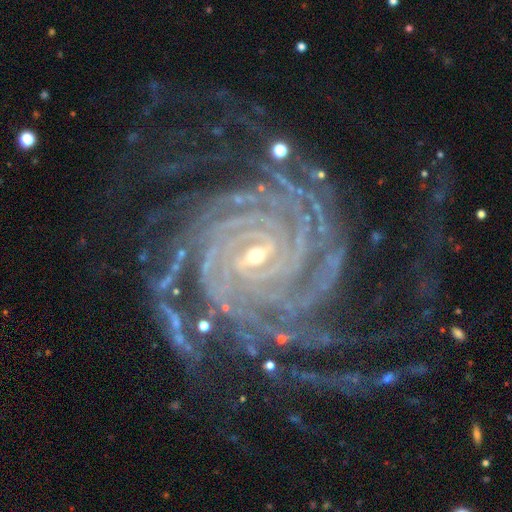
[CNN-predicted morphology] featured or disk 93%, star or artifact 5%, smooth 2%. Down the decision tree: edge-on disk — no (98%); bar — weak (37%); spiral arms — yes (99%); spiral arm count — more than 4 (32%); spiral winding — tight (81%); bulge size — small (74%); merging — none (64%).